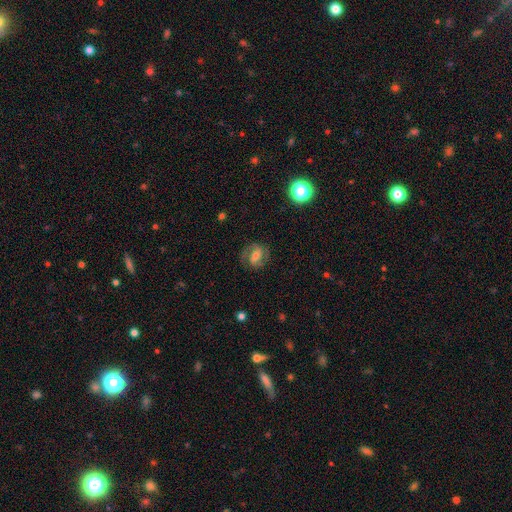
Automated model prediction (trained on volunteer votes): featured or disk 61%, smooth 29%, star or artifact 9%. Down the decision tree: edge-on disk — no (96%); bar — weak (43%); spiral arms — yes (86%); spiral arm count — 2 (82%); spiral winding — medium (48%); bulge size — moderate (51%); merging — none (75%).